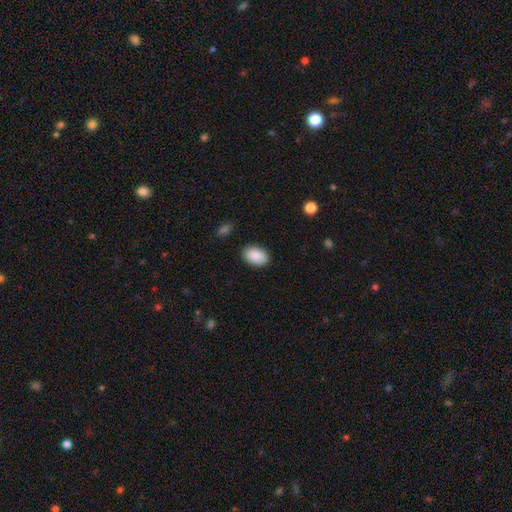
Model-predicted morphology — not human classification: type=smooth (90%); roundness=in between (90%); merging=none (88%).